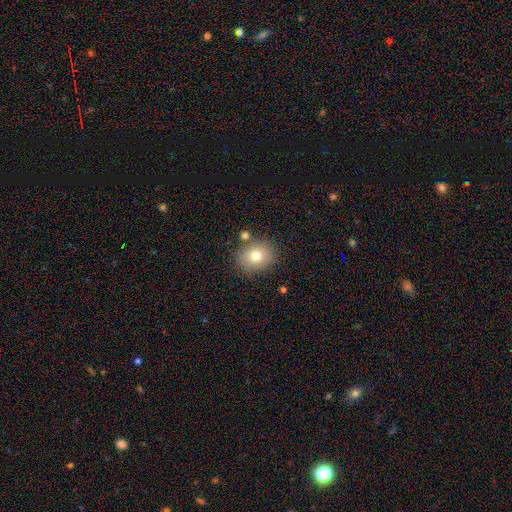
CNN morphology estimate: The model was most divided on "how rounded": round: 59%, in between: 40%, cigar-shaped: 1%. More confident: merging — none (80%); smooth or featured — smooth (77%).